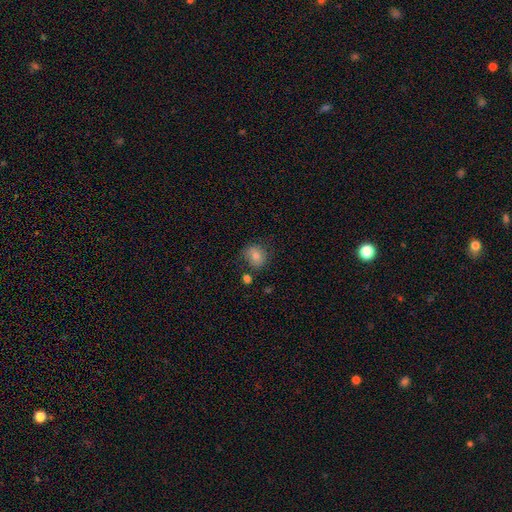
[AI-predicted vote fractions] The model was most divided on "how rounded": round: 75%, in between: 24%, cigar-shaped: 1%. More confident: smooth or featured — smooth (72%); merging — none (72%).